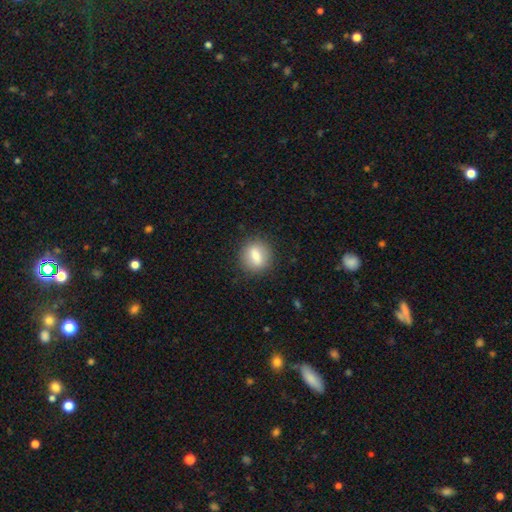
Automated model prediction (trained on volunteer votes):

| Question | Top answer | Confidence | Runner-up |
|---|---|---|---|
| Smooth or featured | smooth | 77% | featured or disk (15%) |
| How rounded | round | 63% | in between (34%) |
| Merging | none | 85% | minor disturbance (10%) |